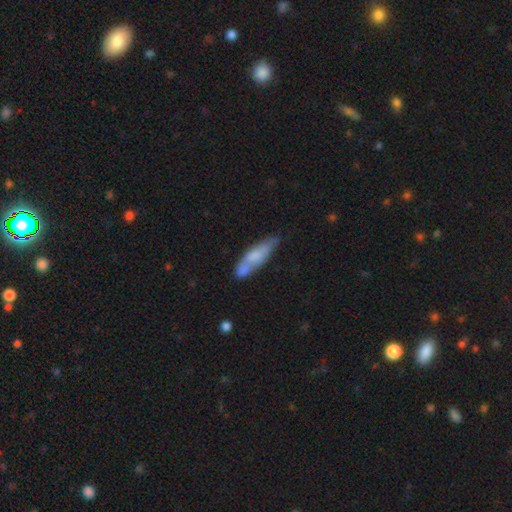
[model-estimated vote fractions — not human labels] Overall: smooth (66%; featured or disk 28%). How rounded: cigar-shaped (57%; in between 41%). Merging: none (45%; minor disturbance 26%).